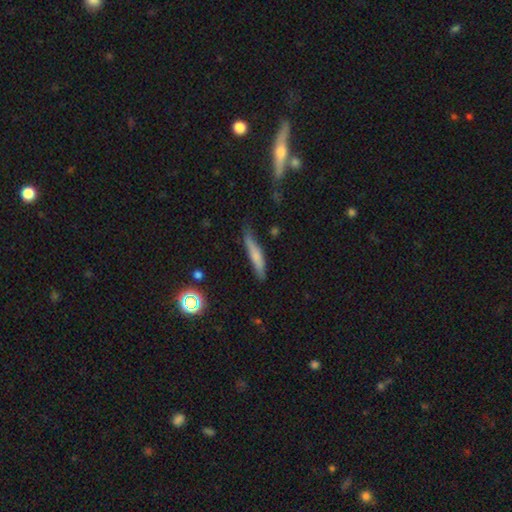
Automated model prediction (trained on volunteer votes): A smooth galaxy with no disk features (67%) that is cigar-shaped (86%). Merging: none (70%).